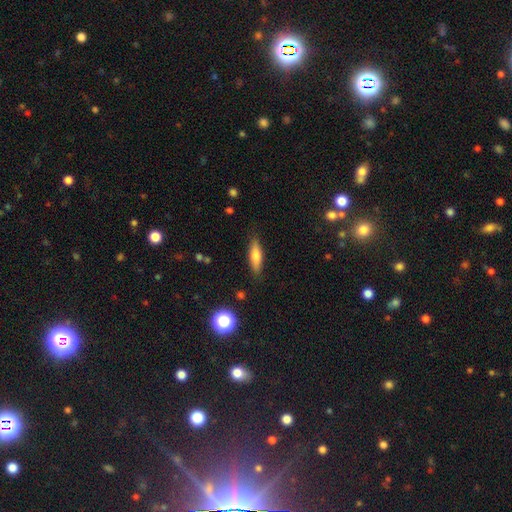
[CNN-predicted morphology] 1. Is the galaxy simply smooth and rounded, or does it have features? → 70% smooth, 22% featured or disk, 8% star or artifact.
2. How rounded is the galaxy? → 56% cigar-shaped, 41% in between, 3% round.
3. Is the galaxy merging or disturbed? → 85% none, 11% minor disturbance, 3% major disturbance, 1% merger.